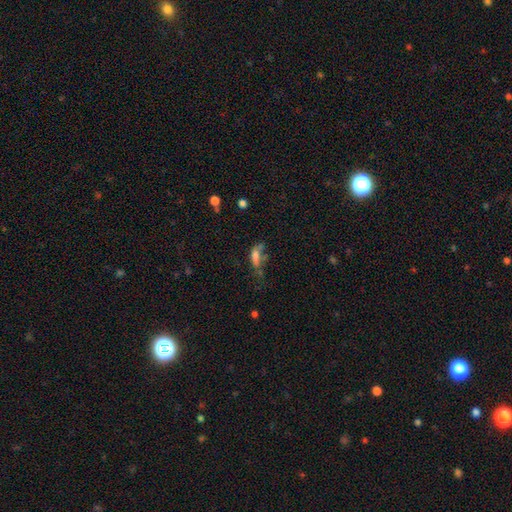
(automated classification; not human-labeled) Q: Smooth or featured?
A: smooth (65%); runner-up: featured or disk (22%)
Q: How rounded?
A: in between (70%); runner-up: cigar-shaped (26%)
Q: Merging?
A: major disturbance (31%); runner-up: none (28%)